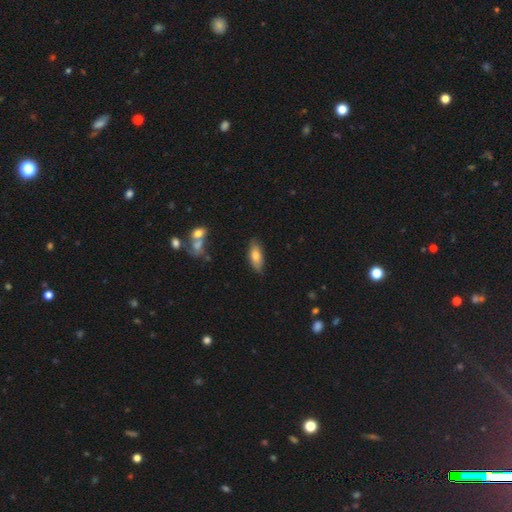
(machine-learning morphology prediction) smooth 74%, featured or disk 20%, star or artifact 7%. Down the decision tree: how rounded — in between (78%); merging — none (77%).